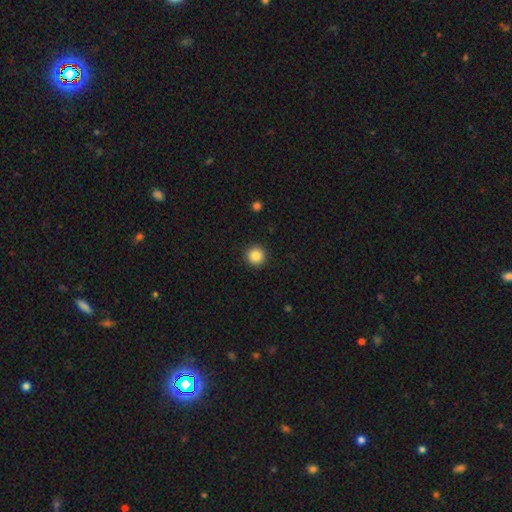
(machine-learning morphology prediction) Smooth or featured?
  - smooth: 86% *
  - star or artifact: 10%
  - featured or disk: 4%
How rounded?
  - round: 96% *
  - in between: 3%
  - cigar-shaped: 1%
Merging?
  - none: 93% *
  - minor disturbance: 5%
  - major disturbance: 2%
  - merger: 1%